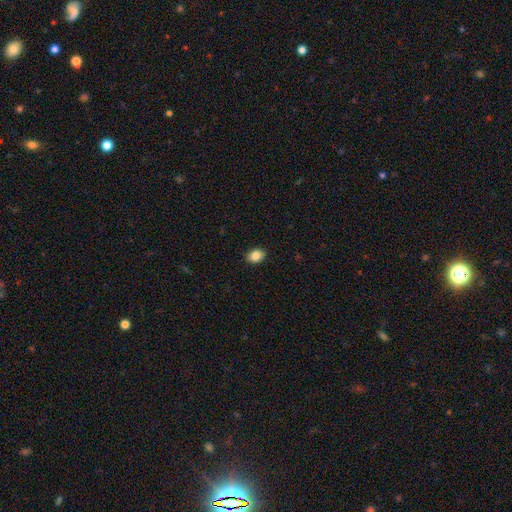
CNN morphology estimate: type=smooth (86%); roundness=in between (68%); merging=none (89%).